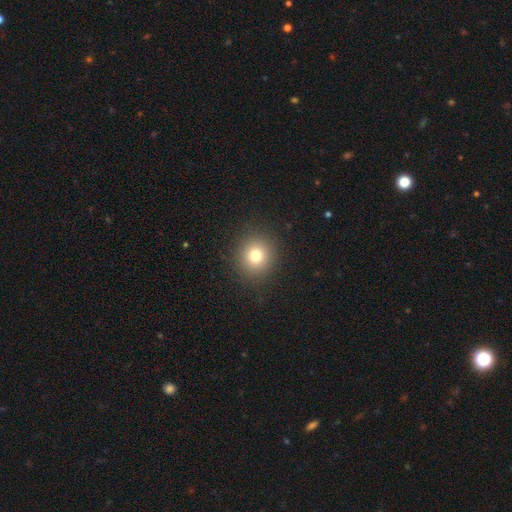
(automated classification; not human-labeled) This is likely a smooth galaxy (77%). How rounded: clearly round (87%). Merging: clearly none (90%).